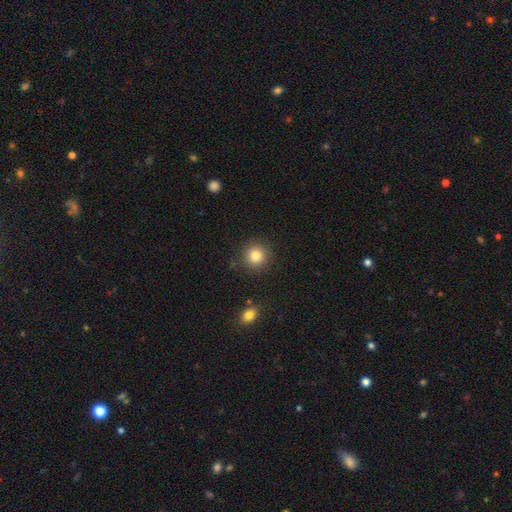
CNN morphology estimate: A smooth galaxy with no disk features (83%) that is round (93%).

Vote fractions:
- Smooth or featured? smooth: 83% / star or artifact: 11% / featured or disk: 7%
- How rounded? round: 93% / in between: 6% / cigar-shaped: 1%
- Merging? none: 89% / minor disturbance: 7% / major disturbance: 3% / merger: 2%